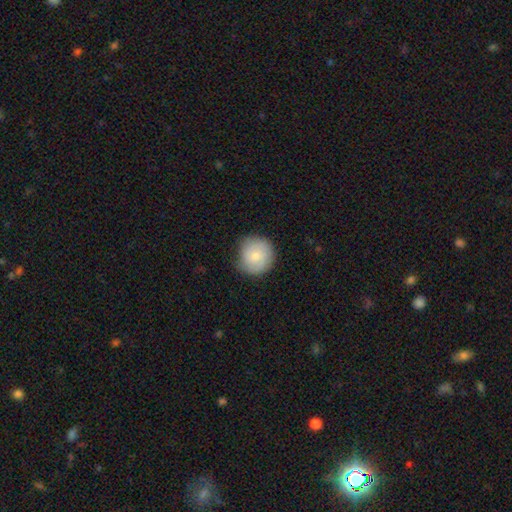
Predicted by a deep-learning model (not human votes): Q: Smooth or featured?
A: smooth (61%); runner-up: featured or disk (32%)
Q: How rounded?
A: round (92%); runner-up: in between (7%)
Q: Merging?
A: none (77%); runner-up: minor disturbance (18%)